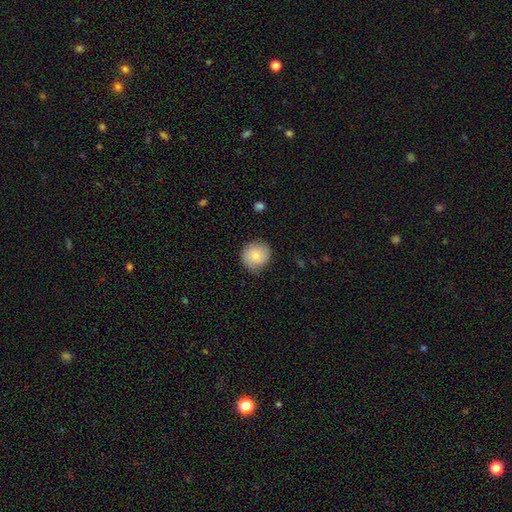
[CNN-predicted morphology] type=smooth (75%); roundness=round (88%); merging=none (70%).